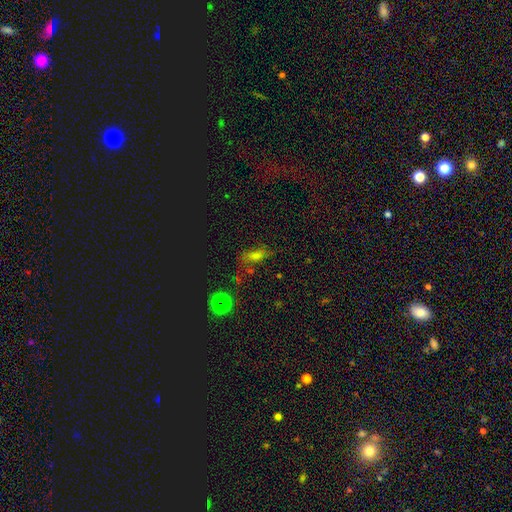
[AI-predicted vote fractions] smooth-or-featured: smooth: 48% | star or artifact: 35% | featured or disk: 18%
  merging: none: 57% | minor disturbance: 21% | major disturbance: 14% | merger: 8%